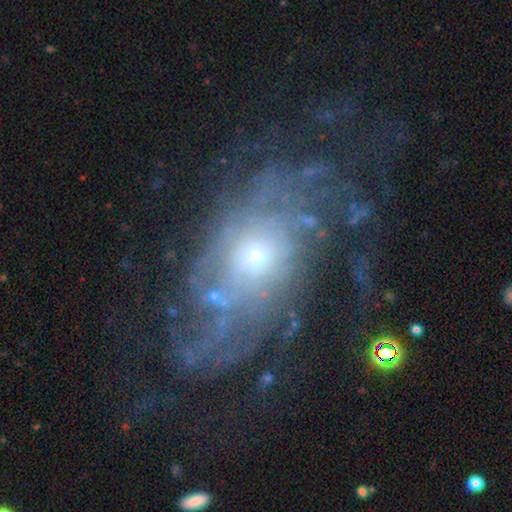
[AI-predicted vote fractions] A featured or disk galaxy (84%) with no bar (80%), tight (58%) spiral arms (89%) and a small central bulge (55%). Merging: none (65%).